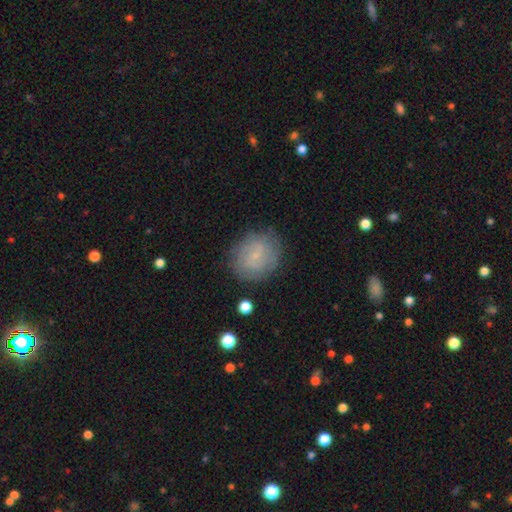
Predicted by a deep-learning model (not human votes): smooth 53%, featured or disk 37%, star or artifact 9%. Down the decision tree: how rounded — round (72%); merging — none (79%).